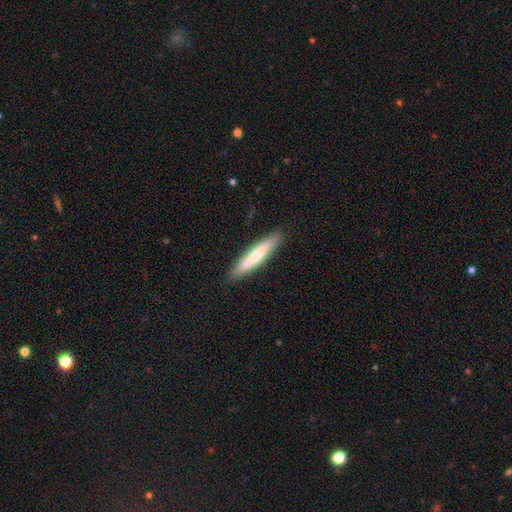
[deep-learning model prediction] Smooth or featured: smooth — 60% (featured or disk — 34%)
How rounded: cigar-shaped — 88% (in between — 10%)
Merging: none — 88% (minor disturbance — 9%)